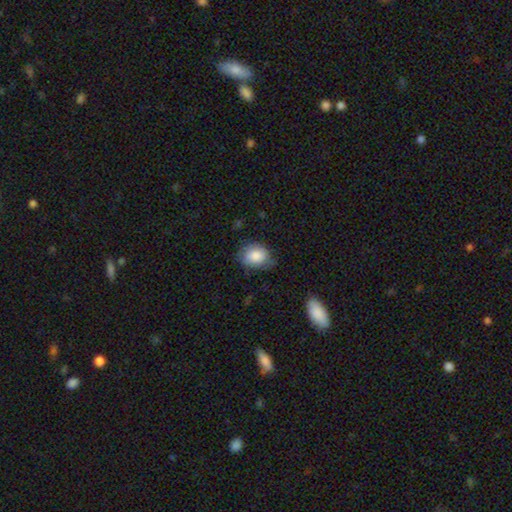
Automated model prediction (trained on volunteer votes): Smooth or featured? smooth (80%)
How rounded? in between (63%)
Merging? none (62%)